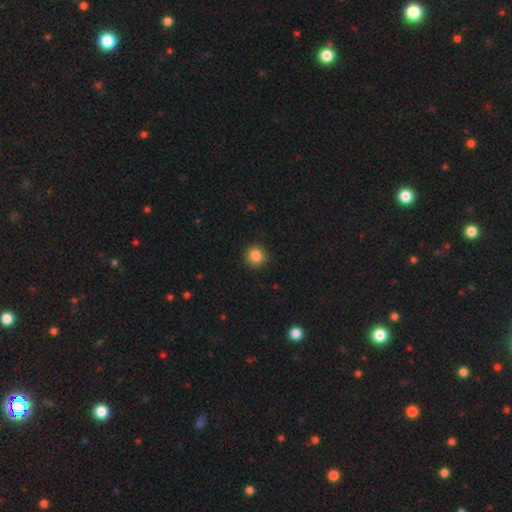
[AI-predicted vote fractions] Smooth or featured? smooth (85%)
How rounded? round (94%)
Merging? none (93%)